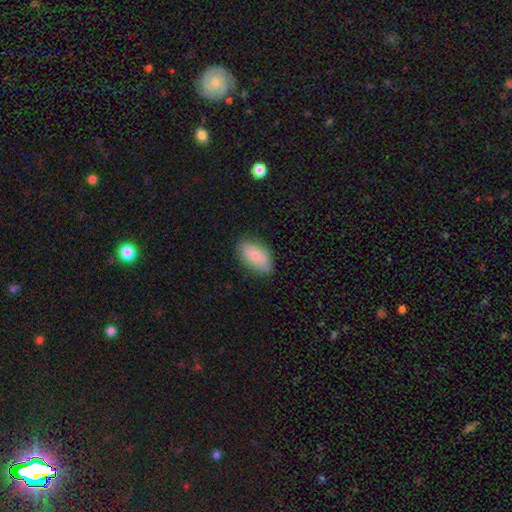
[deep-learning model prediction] Smooth or featured?
  - smooth: 76% *
  - featured or disk: 17%
  - star or artifact: 6%
How rounded?
  - in between: 92% *
  - round: 5%
  - cigar-shaped: 3%
Merging?
  - none: 79% *
  - minor disturbance: 16%
  - major disturbance: 3%
  - merger: 1%